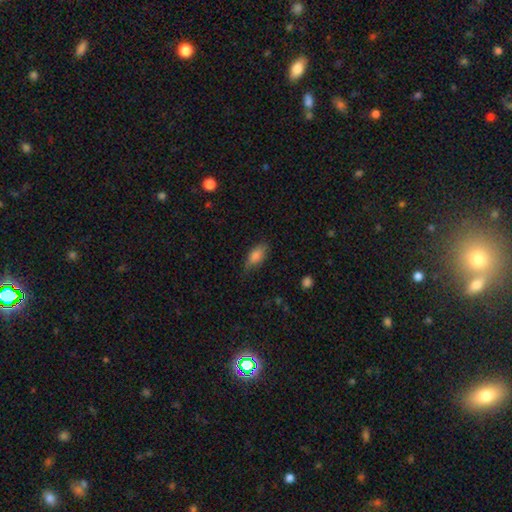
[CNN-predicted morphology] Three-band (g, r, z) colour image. It shows a smooth galaxy with no disk features (81%) that is in between round and cigar-shaped (81%). Merging: none (70%).